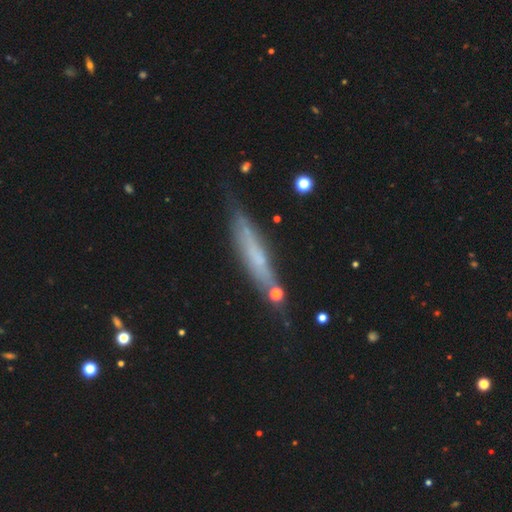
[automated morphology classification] This is possibly a featured or disk galaxy (46%). Merging: likely none (69%).